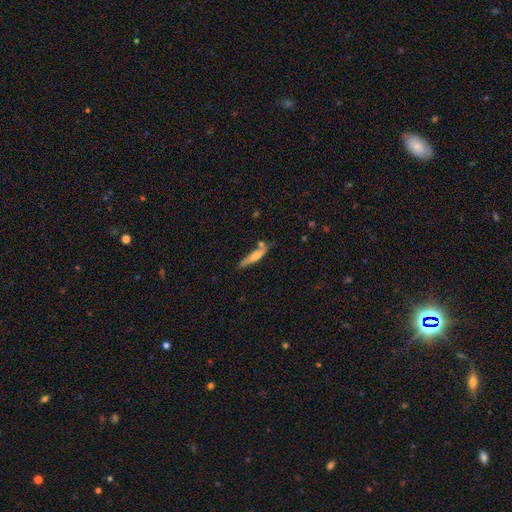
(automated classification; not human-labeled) Overall: smooth (59%; featured or disk 35%). How rounded: cigar-shaped (87%). Merging: none (63%).